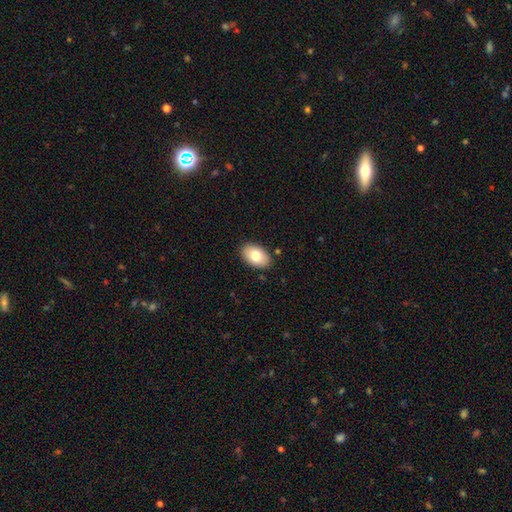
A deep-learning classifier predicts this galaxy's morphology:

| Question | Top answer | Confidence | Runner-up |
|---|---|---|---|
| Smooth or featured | smooth | 78% | featured or disk (15%) |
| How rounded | in between | 91% | round (8%) |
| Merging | none | 87% | minor disturbance (9%) |